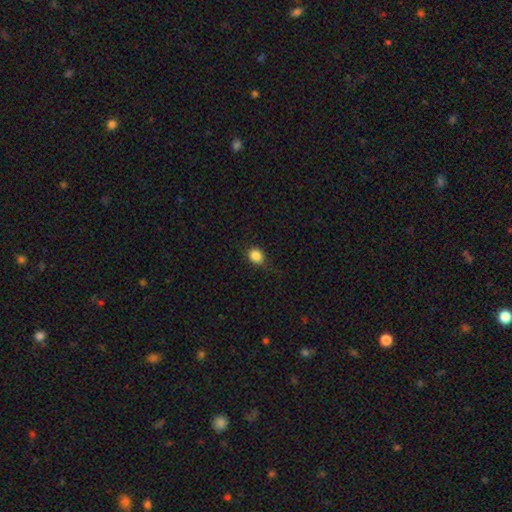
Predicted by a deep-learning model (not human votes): Smooth or featured: smooth — 85% (star or artifact — 11%)
How rounded: round — 63% (in between — 36%)
Merging: none — 75% (minor disturbance — 19%)